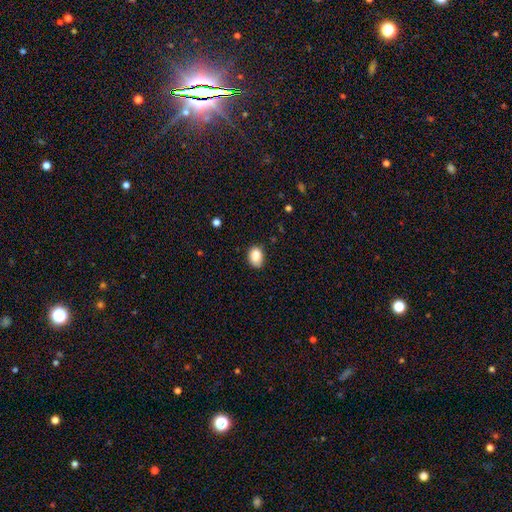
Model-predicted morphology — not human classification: This is clearly a smooth galaxy (87%). How rounded: likely in between (75%). Merging: likely none (68%).